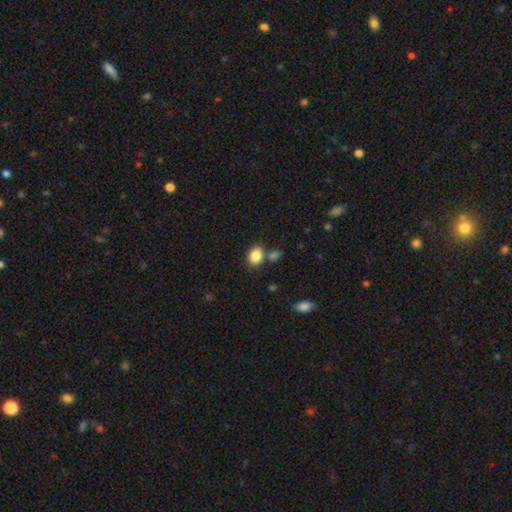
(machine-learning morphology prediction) Smooth or featured?
  - smooth: 86% *
  - star or artifact: 9%
  - featured or disk: 6%
How rounded?
  - in between: 62% *
  - round: 37%
  - cigar-shaped: 1%
Merging?
  - none: 71% *
  - merger: 14%
  - minor disturbance: 12%
  - major disturbance: 4%